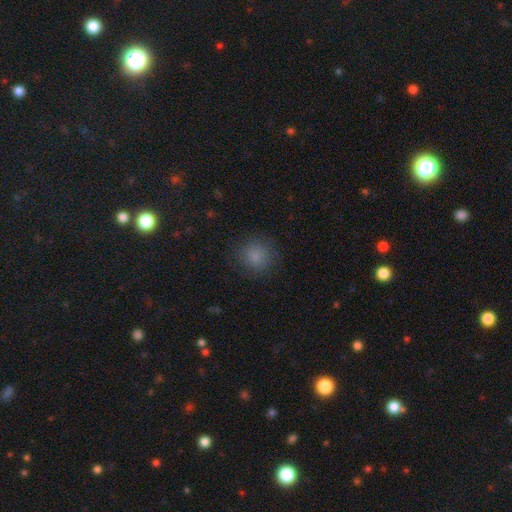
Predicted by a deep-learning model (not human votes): Smooth or featured?
  - smooth: 84% *
  - star or artifact: 11%
  - featured or disk: 5%
How rounded?
  - round: 90% *
  - in between: 9%
  - cigar-shaped: 1%
Merging?
  - none: 86% *
  - minor disturbance: 10%
  - major disturbance: 4%
  - merger: 1%